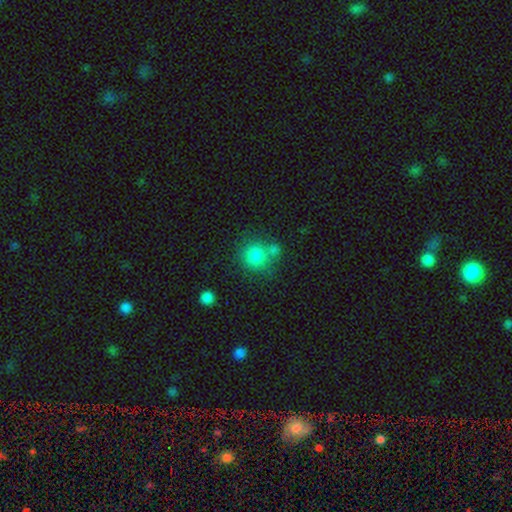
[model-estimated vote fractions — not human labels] Q: Smooth or featured?
A: smooth (83%); runner-up: star or artifact (11%)
Q: How rounded?
A: round (89%); runner-up: in between (10%)
Q: Merging?
A: none (61%); runner-up: merger (23%)